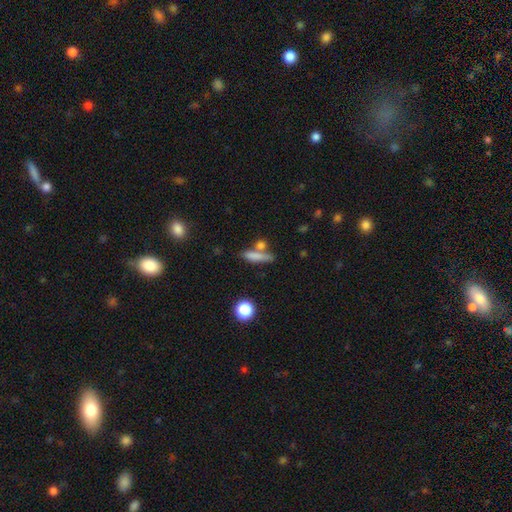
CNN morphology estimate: Q: Smooth or featured?
A: smooth (74%); runner-up: featured or disk (17%)
Q: How rounded?
A: cigar-shaped (71%); runner-up: in between (23%)
Q: Merging?
A: none (61%); runner-up: merger (22%)